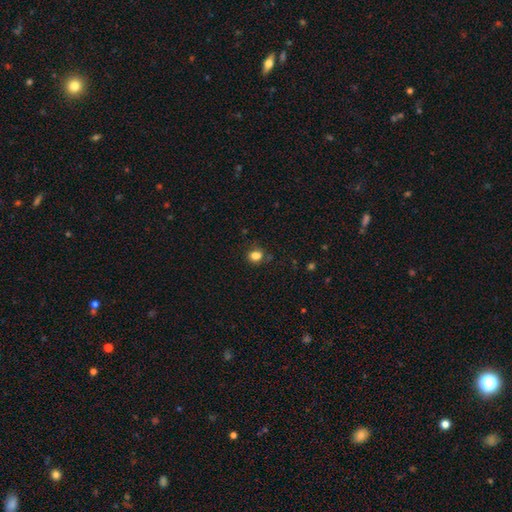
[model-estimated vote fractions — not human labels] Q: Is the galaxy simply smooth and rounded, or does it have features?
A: smooth — 82%.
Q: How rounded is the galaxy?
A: round — 50%.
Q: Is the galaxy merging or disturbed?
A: none — 72%.